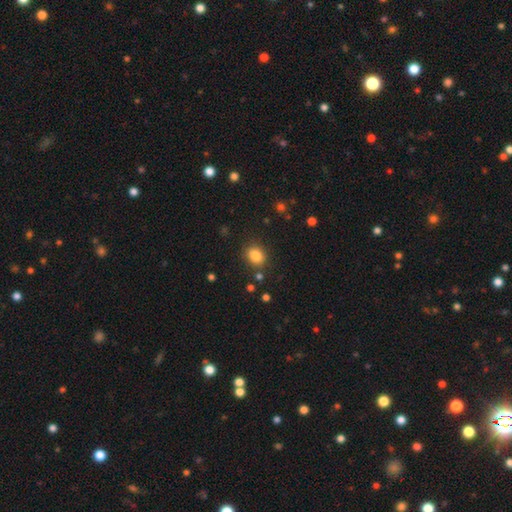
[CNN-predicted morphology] The model was most divided on "how rounded": round: 55%, in between: 44%, cigar-shaped: 1%. More confident: merging — none (84%); smooth or featured — smooth (83%).